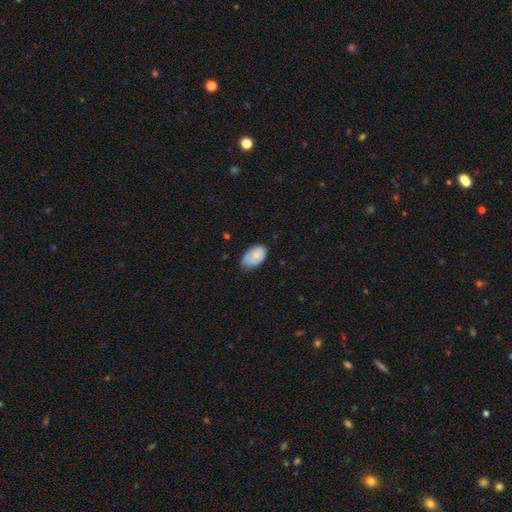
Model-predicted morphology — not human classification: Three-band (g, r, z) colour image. It shows a smooth galaxy with no disk features (75%) that is in between round and cigar-shaped (93%). Merging: none (49%).